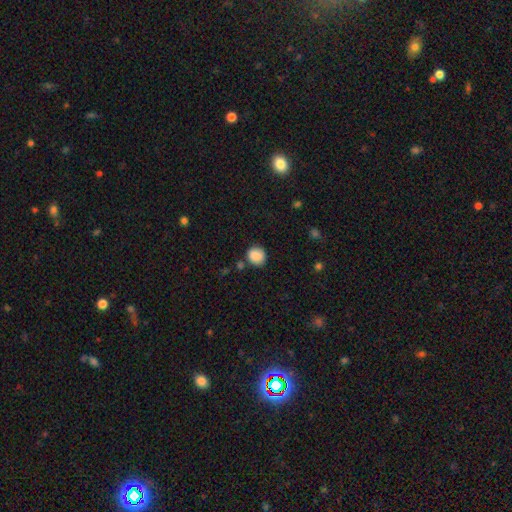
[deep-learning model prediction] The model was most divided on "merging": none: 78%, minor disturbance: 13%, merger: 5%, major disturbance: 4%. More confident: smooth or featured — smooth (87%); how rounded — round (84%).